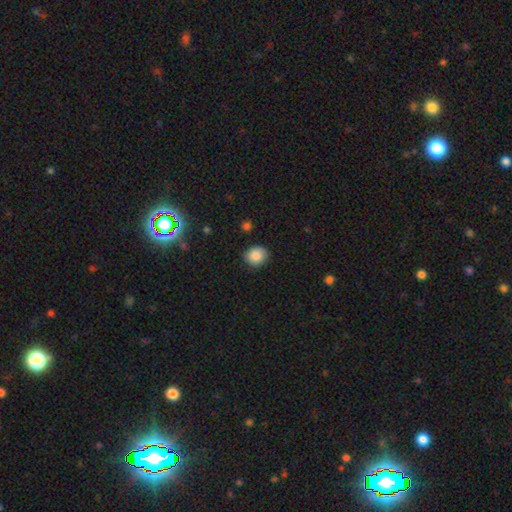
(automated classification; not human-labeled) Smooth or featured? smooth (86%)
How rounded? round (73%)
Merging? none (79%)